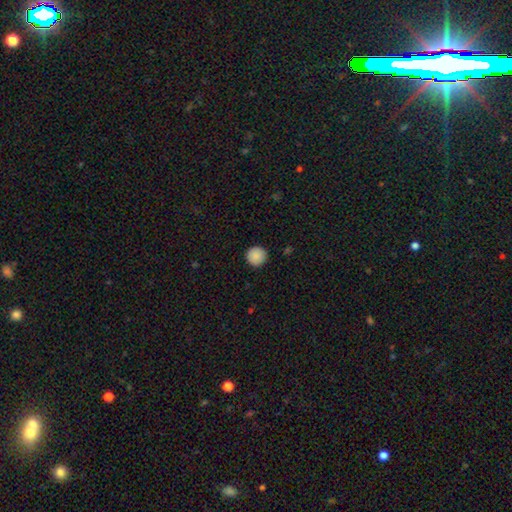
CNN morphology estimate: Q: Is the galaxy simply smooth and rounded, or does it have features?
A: smooth — 89%.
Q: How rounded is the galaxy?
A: round — 95%.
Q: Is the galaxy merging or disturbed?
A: none — 92%.